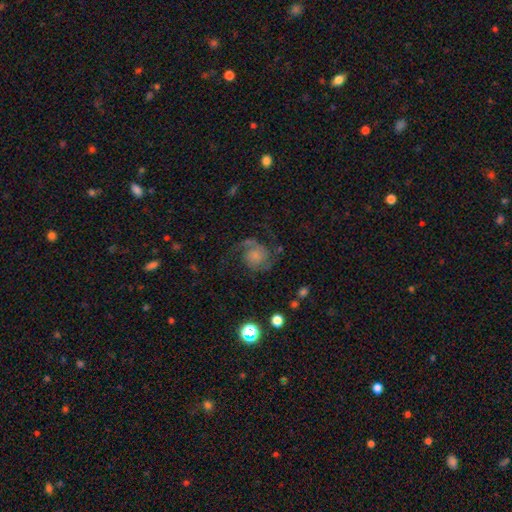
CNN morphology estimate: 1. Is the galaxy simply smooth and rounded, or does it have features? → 75% featured or disk, 17% smooth, 8% star or artifact.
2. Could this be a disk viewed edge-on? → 98% no, 2% yes.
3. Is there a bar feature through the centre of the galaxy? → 72% no, 24% weak, 4% strong.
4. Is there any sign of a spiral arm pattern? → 94% yes, 6% no.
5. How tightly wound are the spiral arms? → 49% medium, 33% loose, 18% tight.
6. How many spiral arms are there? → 77% 2, 7% 1, 6% can't tell, 6% 3, 2% 4, 2% more than 4.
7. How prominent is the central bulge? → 42% small, 25% moderate, 20% none, 10% large, 3% dominant.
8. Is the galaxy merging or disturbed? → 61% none, 20% major disturbance, 17% minor disturbance, 2% merger.